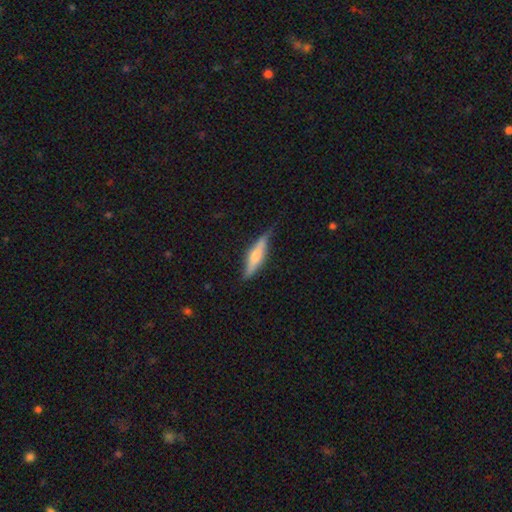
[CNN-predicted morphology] Smooth or featured? featured or disk (49%)
Merging? none (73%)